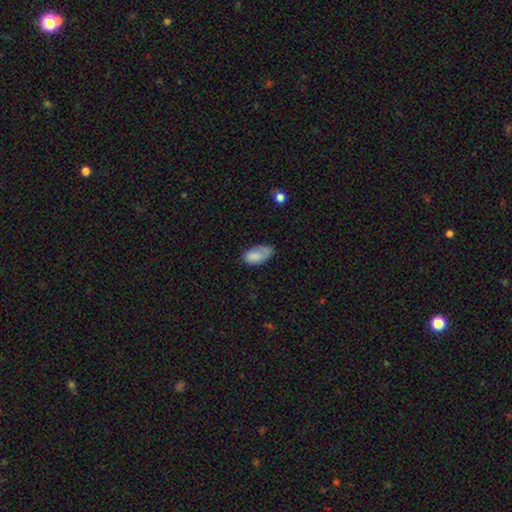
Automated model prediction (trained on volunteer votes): The model was most divided on "merging": none: 48%, minor disturbance: 35%, major disturbance: 14%, merger: 3%. More confident: how rounded — in between (94%); smooth or featured — smooth (81%).